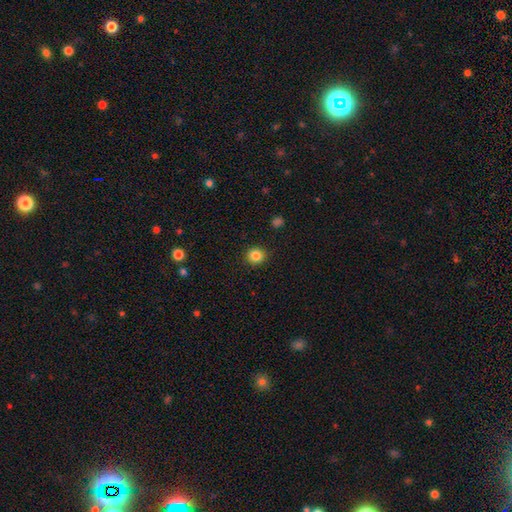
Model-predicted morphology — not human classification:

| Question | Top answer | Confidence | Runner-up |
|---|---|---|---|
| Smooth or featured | smooth | 85% | star or artifact (11%) |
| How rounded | round | 89% | in between (10%) |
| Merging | none | 91% | minor disturbance (6%) |